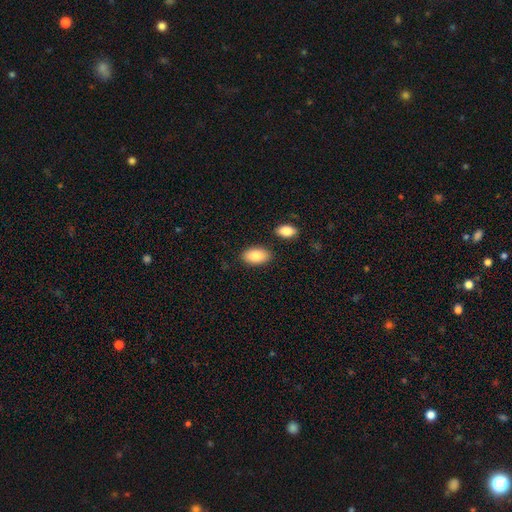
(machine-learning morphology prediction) This appears to be a smooth galaxy with no disk features (84%) that is in between round and cigar-shaped (94%). Merging: none (84%).